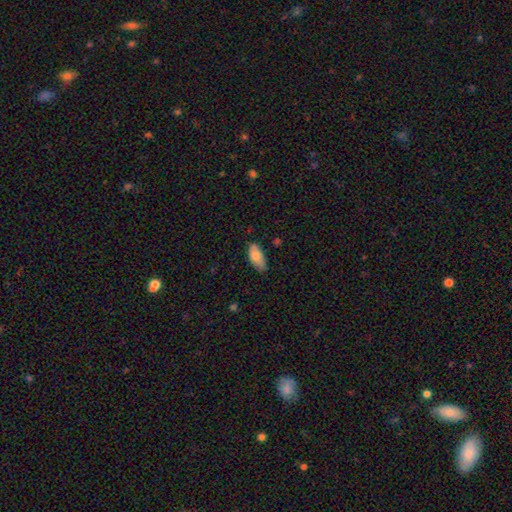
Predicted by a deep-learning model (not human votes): A smooth galaxy with no disk features (80%) that is in between round and cigar-shaped (88%). Merging: none (79%).